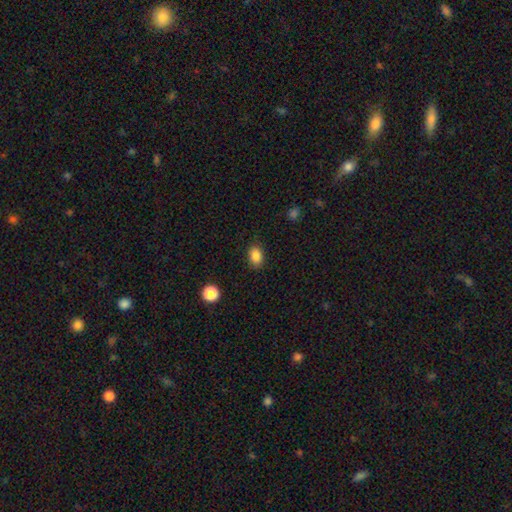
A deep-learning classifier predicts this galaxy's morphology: Smooth or featured? smooth (86%)
How rounded? in between (78%)
Merging? none (85%)